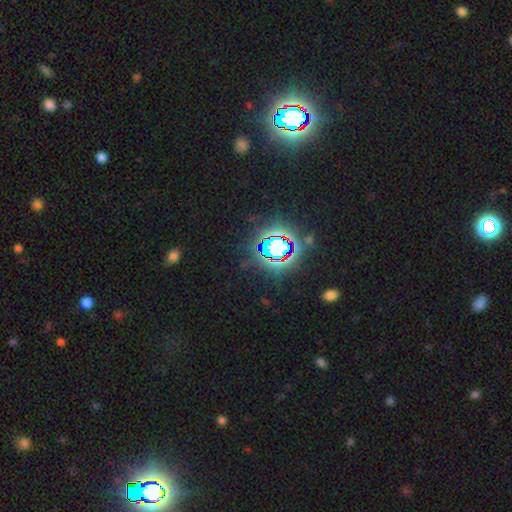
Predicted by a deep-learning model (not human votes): Smooth or featured? Predicted: star or artifact (p=0.80).